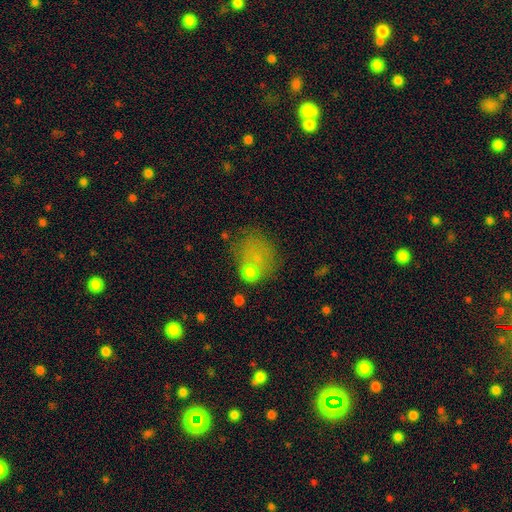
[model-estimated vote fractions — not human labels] A smooth galaxy with no disk features (62%) that is round (54%).

Vote fractions:
- Smooth or featured? smooth: 62% / star or artifact: 20% / featured or disk: 18%
- How rounded? round: 54% / in between: 45% / cigar-shaped: 1%
- Merging? none: 42% / major disturbance: 26% / minor disturbance: 22% / merger: 10%